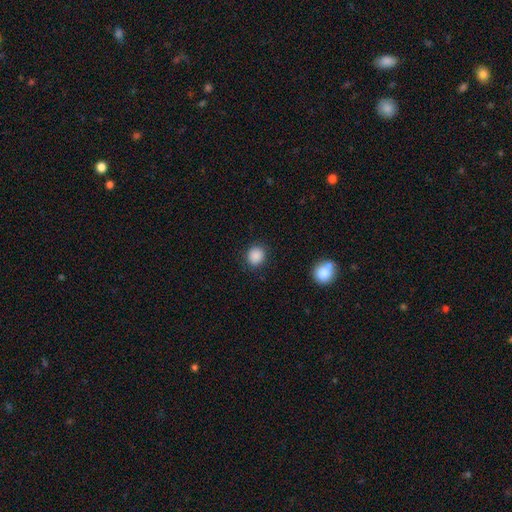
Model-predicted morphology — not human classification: This appears to be a smooth galaxy with no disk features (88%) that is round (83%). Merging: none (88%).